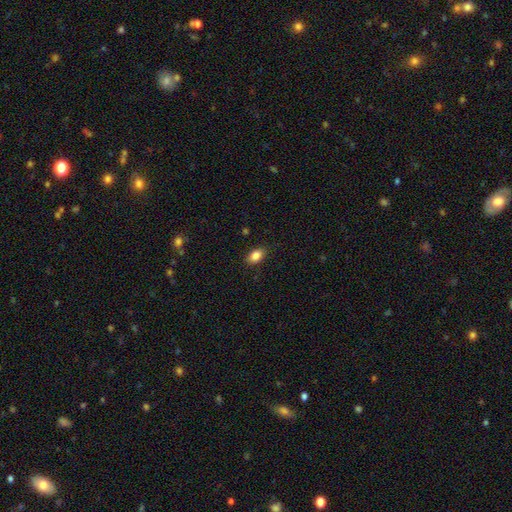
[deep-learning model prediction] The model was most divided on "how rounded": in between: 86%, round: 12%, cigar-shaped: 2%. More confident: smooth or featured — smooth (86%); merging — none (86%).